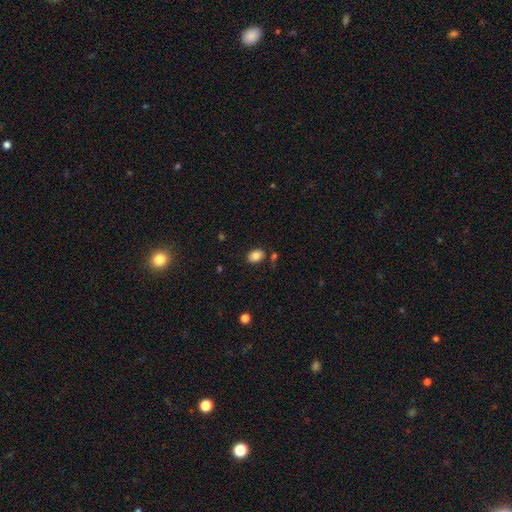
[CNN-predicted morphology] smooth-or-featured: smooth: 83% | star or artifact: 9% | featured or disk: 8%
  how-rounded: in between: 80% | round: 19% | cigar-shaped: 1%
  merging: none: 78% | minor disturbance: 12% | merger: 6% | major disturbance: 4%